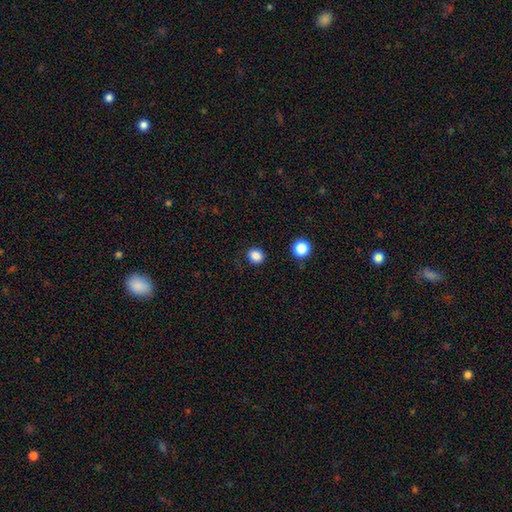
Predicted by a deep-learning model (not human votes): smooth 86%, star or artifact 11%, featured or disk 3%. Down the decision tree: how rounded — round (74%); merging — none (87%).